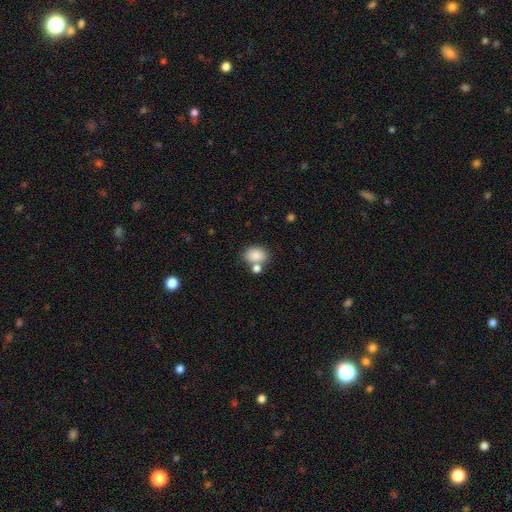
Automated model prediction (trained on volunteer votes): Smooth or featured?
  - smooth: 85% *
  - star or artifact: 9%
  - featured or disk: 6%
How rounded?
  - in between: 69% *
  - round: 30%
  - cigar-shaped: 1%
Merging?
  - none: 60% *
  - merger: 24%
  - minor disturbance: 12%
  - major disturbance: 4%